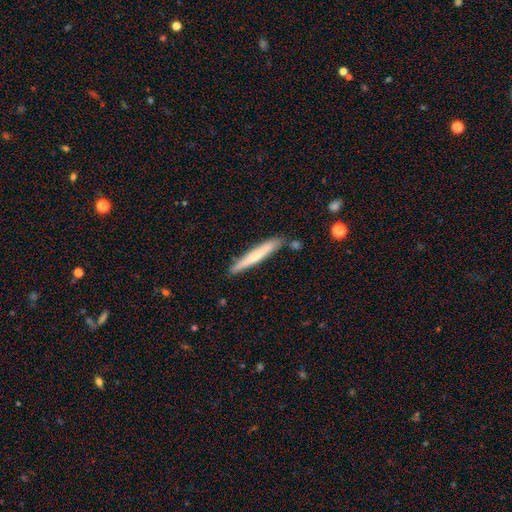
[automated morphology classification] Q: Smooth or featured?
A: smooth (59%); runner-up: featured or disk (35%)
Q: How rounded?
A: cigar-shaped (95%); runner-up: in between (3%)
Q: Merging?
A: none (85%); runner-up: minor disturbance (10%)